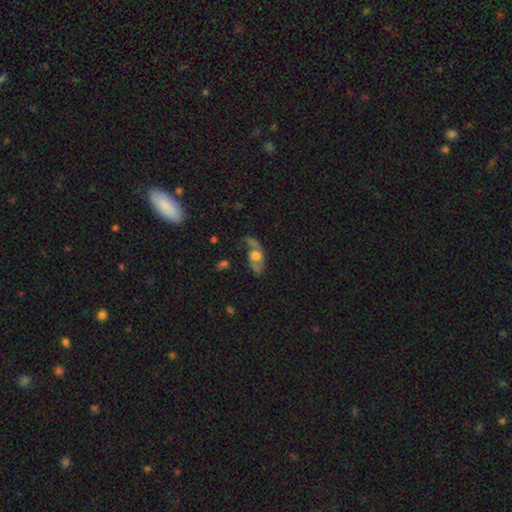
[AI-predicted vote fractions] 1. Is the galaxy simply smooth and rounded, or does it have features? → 61% featured or disk, 31% smooth, 9% star or artifact.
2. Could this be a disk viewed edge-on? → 86% no, 14% yes.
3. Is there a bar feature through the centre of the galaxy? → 72% no, 23% weak, 5% strong.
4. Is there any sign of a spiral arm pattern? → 70% yes, 30% no.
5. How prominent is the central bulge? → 45% large, 37% moderate, 9% small, 5% none, 4% dominant.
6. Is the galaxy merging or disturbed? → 48% none, 24% major disturbance, 23% minor disturbance, 4% merger.